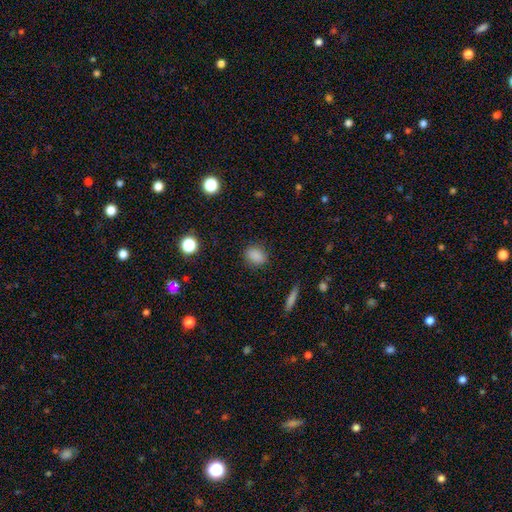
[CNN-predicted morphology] Smooth or featured? smooth (86%)
How rounded? in between (64%)
Merging? none (86%)